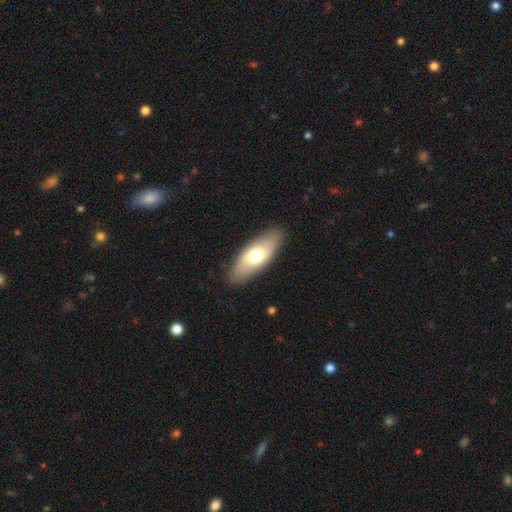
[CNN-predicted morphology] smooth 64%, featured or disk 31%, star or artifact 5%. Down the decision tree: how rounded — in between (78%); merging — none (87%).